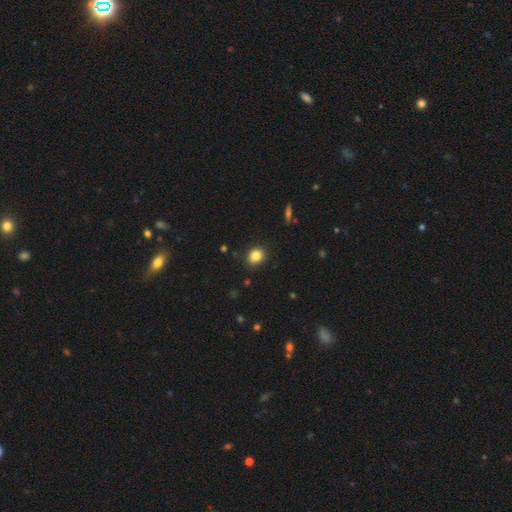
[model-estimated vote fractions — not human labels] smooth_or_featured: smooth (p=0.84) [alt: star or artifact p=0.10]
how_rounded: round (p=0.65) [alt: in between p=0.34]
merging: none (p=0.87) [alt: minor disturbance p=0.10]